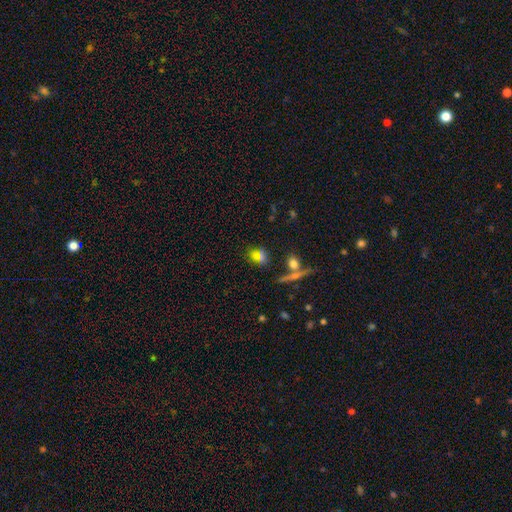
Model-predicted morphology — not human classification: Overall: smooth (58%; star or artifact 25%). How rounded: in between (52%; round 41%). Merging: none (59%; merger 22%).